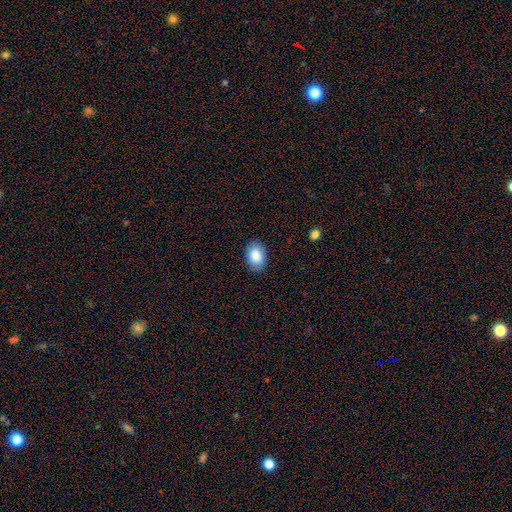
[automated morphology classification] A smooth galaxy with no disk features (87%) that is in between round and cigar-shaped (87%).

Vote fractions:
- Smooth or featured? smooth: 87% / star or artifact: 7% / featured or disk: 6%
- How rounded? in between: 87% / round: 12% / cigar-shaped: 1%
- Merging? none: 87% / minor disturbance: 10% / major disturbance: 2% / merger: 1%